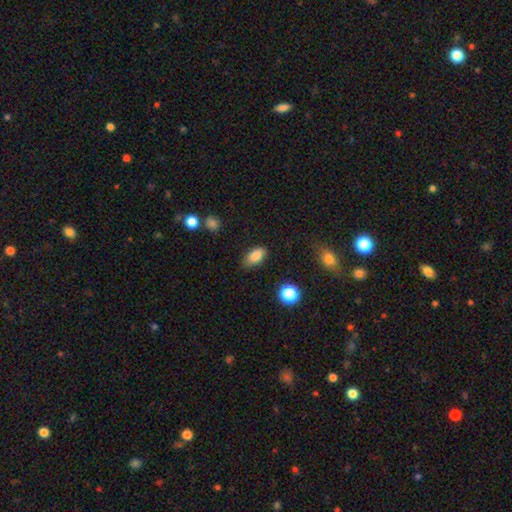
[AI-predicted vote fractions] Smooth or featured: smooth — 85% (star or artifact — 9%)
How rounded: in between — 90% (round — 6%)
Merging: none — 78% (minor disturbance — 17%)